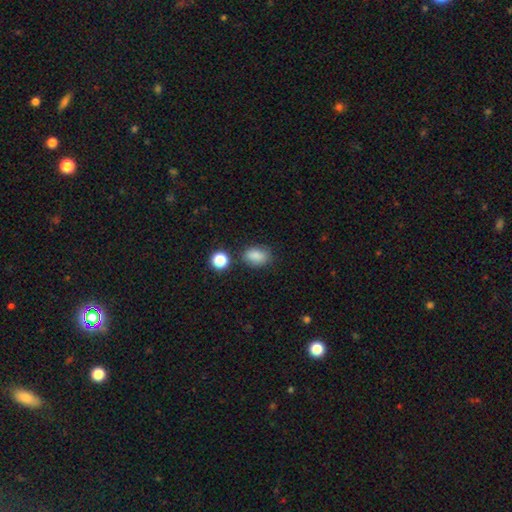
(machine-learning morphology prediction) This is clearly a smooth galaxy (85%). How rounded: likely in between (79%). Merging: likely none (75%).